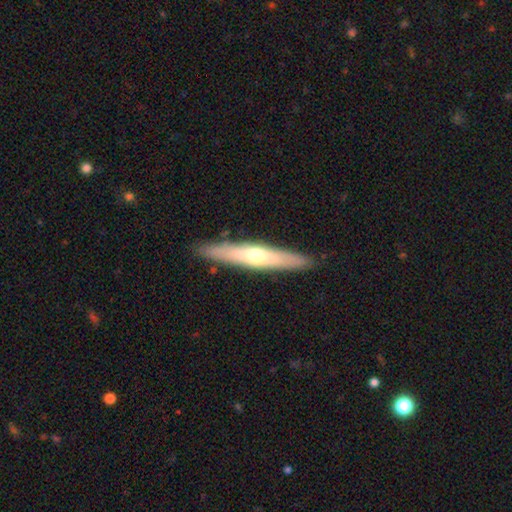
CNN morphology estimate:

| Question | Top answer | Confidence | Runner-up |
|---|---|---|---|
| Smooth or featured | featured or disk | 54% | smooth (40%) |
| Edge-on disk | yes | 92% | no (8%) |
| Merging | none | 91% | minor disturbance (7%) |